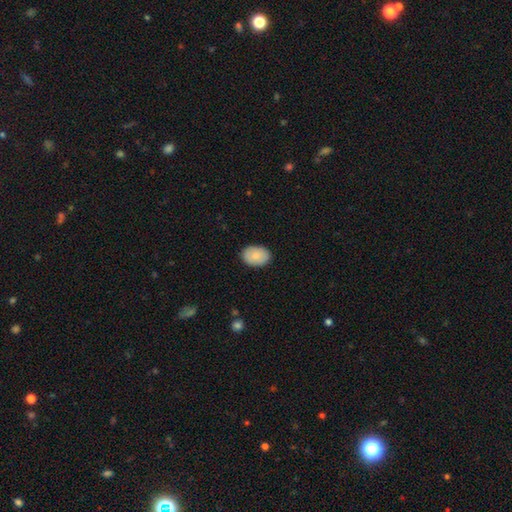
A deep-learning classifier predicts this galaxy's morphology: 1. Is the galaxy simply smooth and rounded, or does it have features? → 86% smooth, 8% featured or disk, 6% star or artifact.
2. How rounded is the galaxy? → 80% in between, 19% round, 1% cigar-shaped.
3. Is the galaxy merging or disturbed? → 88% none, 9% minor disturbance, 2% major disturbance, 1% merger.